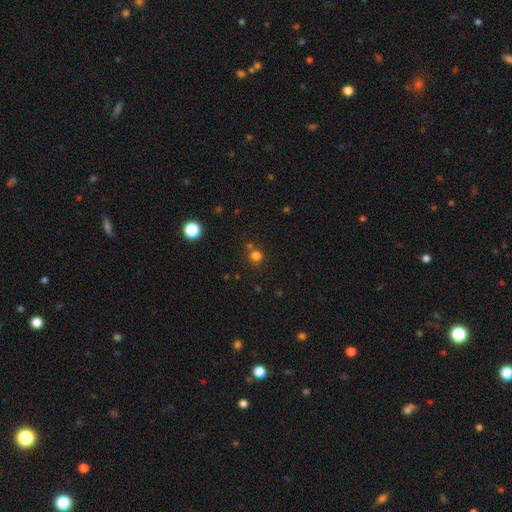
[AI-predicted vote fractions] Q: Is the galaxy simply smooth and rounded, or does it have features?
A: smooth — 77%.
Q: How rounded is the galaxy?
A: round — 83%.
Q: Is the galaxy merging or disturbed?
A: none — 68%.